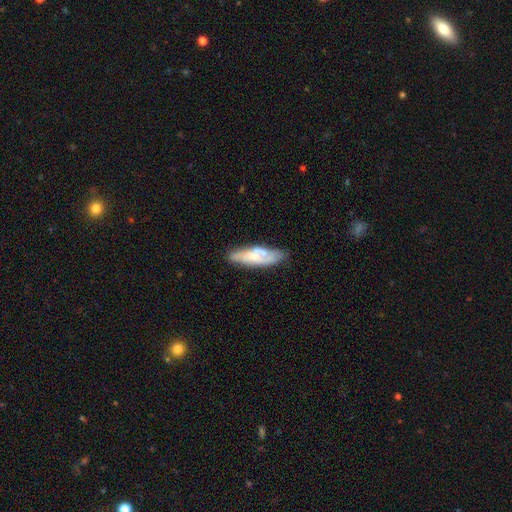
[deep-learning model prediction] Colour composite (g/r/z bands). It shows a featured or disk galaxy (50%). Merging: none (65%).